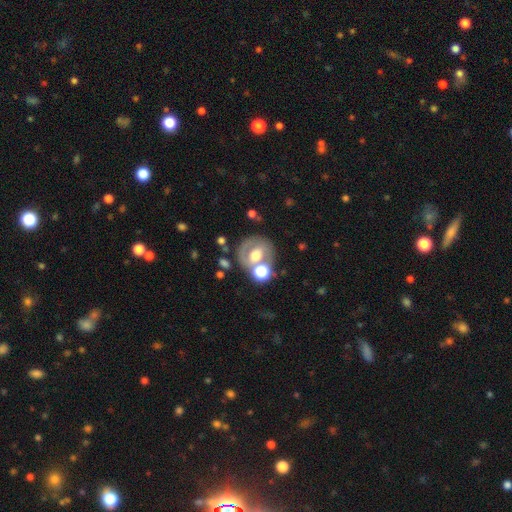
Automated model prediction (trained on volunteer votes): This is possibly a featured or disk galaxy (50%). Merging: possibly none (59%).